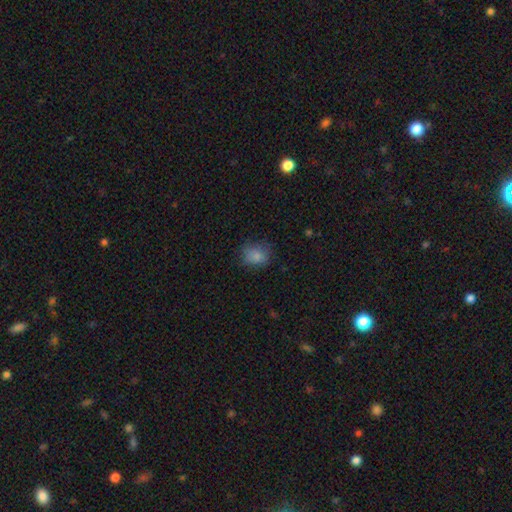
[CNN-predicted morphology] Overall: smooth (79%). How rounded: round (58%; in between 41%). Merging: none (64%).